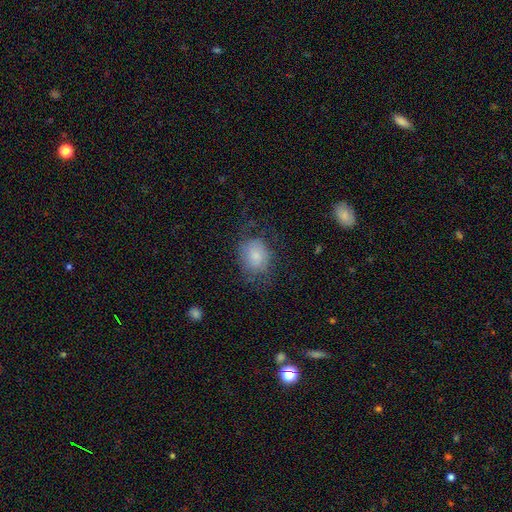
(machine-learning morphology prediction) Smooth or featured: smooth — 73% (featured or disk — 18%)
How rounded: round — 51% (in between — 48%)
Merging: none — 55% (minor disturbance — 23%)